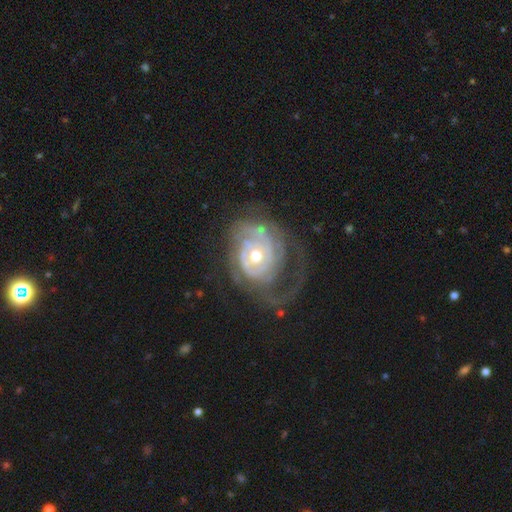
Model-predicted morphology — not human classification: This is clearly a featured or disk galaxy (86%). It is clearly not viewed edge-on (97%). Bar: likely no (76%). Spiral arm pattern: clearly yes (89%). Spiral arm count: marginally can't tell (39%). Spiral winding: likely tight (65%). Central bulge: likely moderate (65%). Merging: possibly none (48%).